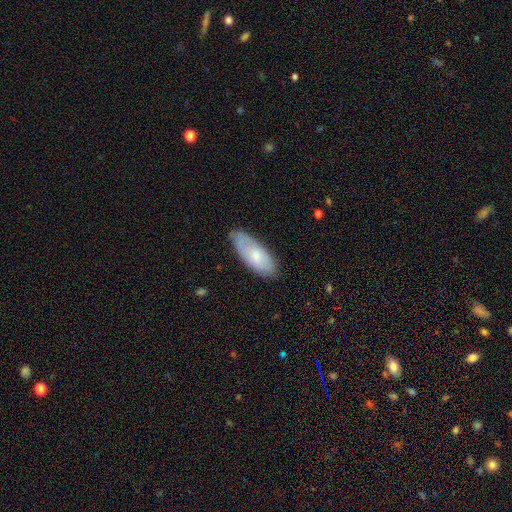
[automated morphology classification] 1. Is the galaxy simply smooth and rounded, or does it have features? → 67% smooth, 27% featured or disk, 6% star or artifact.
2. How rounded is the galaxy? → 80% in between, 18% cigar-shaped, 2% round.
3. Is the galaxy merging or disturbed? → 72% none, 23% minor disturbance, 4% major disturbance, 1% merger.